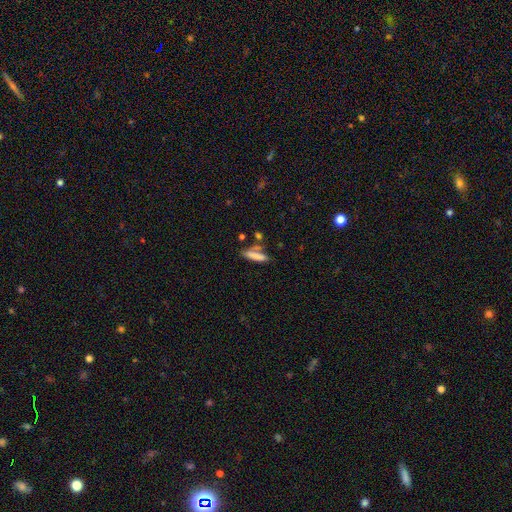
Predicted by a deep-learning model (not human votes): Overall: smooth (77%). How rounded: cigar-shaped (72%). Merging: none (55%; merger 22%).